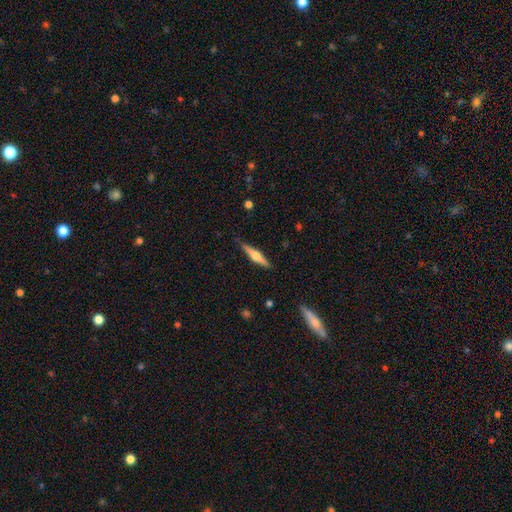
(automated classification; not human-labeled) Morphology: type=featured or disk (65%); edge-on=yes (98%); edge-on bulge=rounded (90%); merging=none (88%).